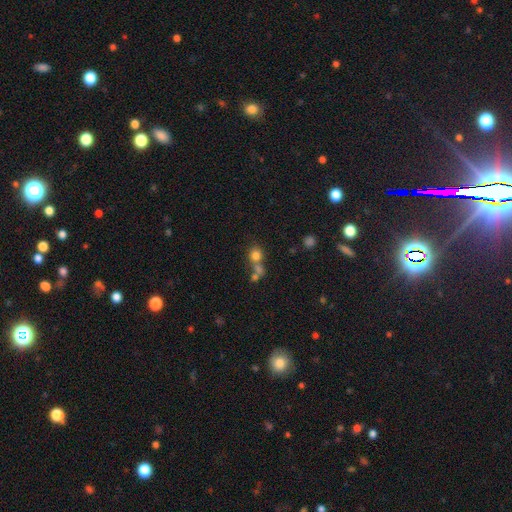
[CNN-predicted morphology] Overall: smooth (75%). How rounded: round (83%). Merging: none (45%; merger 41%).